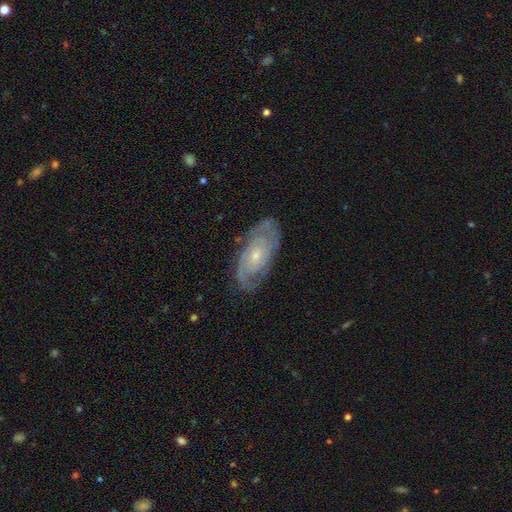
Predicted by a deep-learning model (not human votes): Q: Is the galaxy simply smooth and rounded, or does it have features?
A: featured or disk — 84%.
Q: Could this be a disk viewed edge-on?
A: no — 94%.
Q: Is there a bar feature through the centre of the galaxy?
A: no — 70%.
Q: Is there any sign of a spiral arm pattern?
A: yes — 94%.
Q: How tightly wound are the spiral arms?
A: tight — 66%.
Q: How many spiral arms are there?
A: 2 — 62%.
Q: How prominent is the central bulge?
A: small — 65%.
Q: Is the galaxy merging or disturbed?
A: none — 79%.